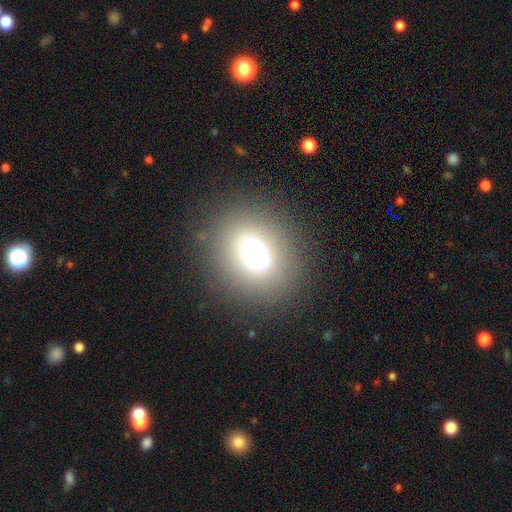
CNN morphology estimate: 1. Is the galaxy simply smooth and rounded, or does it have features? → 62% smooth, 20% featured or disk, 18% star or artifact.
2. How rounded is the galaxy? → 66% round, 33% in between, 1% cigar-shaped.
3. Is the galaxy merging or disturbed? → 74% none, 13% minor disturbance, 8% major disturbance, 5% merger.